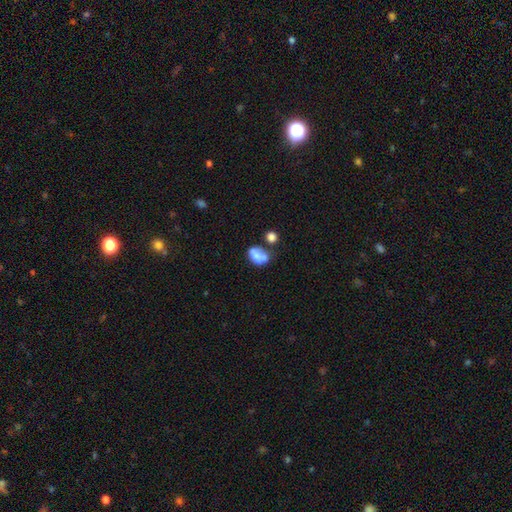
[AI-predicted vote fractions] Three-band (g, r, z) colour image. It shows a smooth galaxy with no disk features (64%) that is in between round and cigar-shaped (78%). Merging: merger (39%).